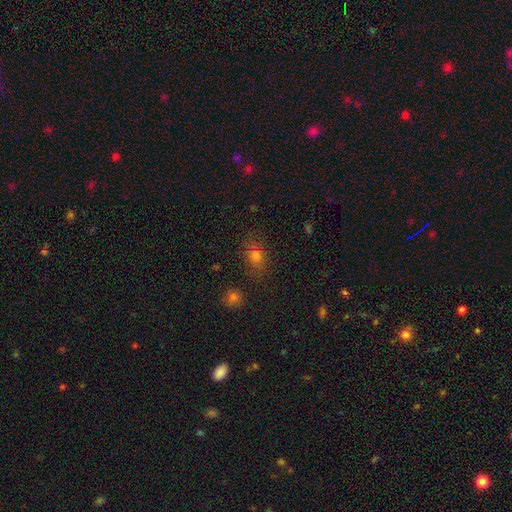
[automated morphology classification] Q: Smooth or featured?
A: smooth (71%); runner-up: star or artifact (20%)
Q: How rounded?
A: in between (52%); runner-up: round (46%)
Q: Merging?
A: none (78%); runner-up: minor disturbance (13%)